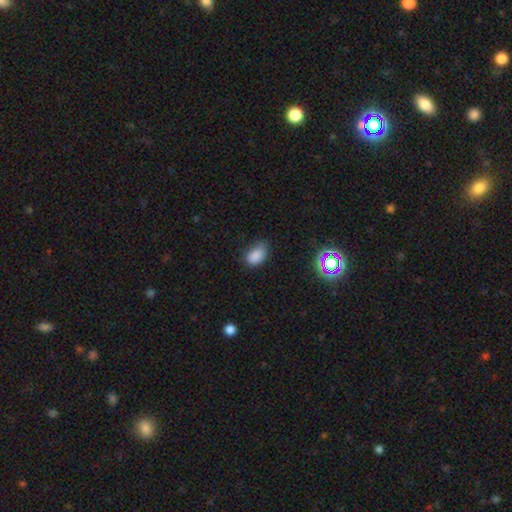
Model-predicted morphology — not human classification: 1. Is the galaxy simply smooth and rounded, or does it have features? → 84% smooth, 11% star or artifact, 5% featured or disk.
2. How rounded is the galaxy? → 85% in between, 14% round, 1% cigar-shaped.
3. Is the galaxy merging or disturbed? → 62% none, 30% minor disturbance, 6% major disturbance, 2% merger.